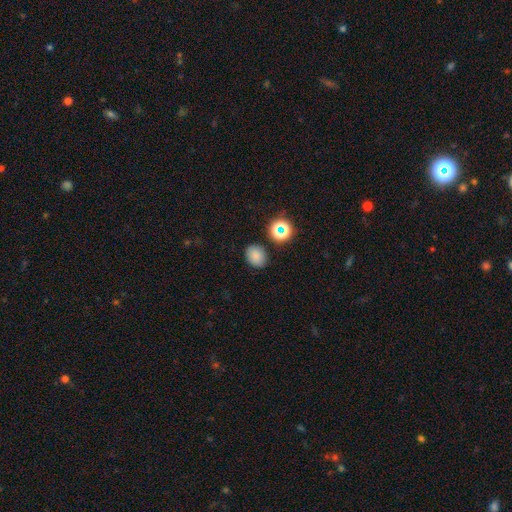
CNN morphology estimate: A smooth galaxy with no disk features (79%) that is in between round and cigar-shaped (56%).

Vote fractions:
- Smooth or featured? smooth: 79% / star or artifact: 15% / featured or disk: 5%
- How rounded? in between: 56% / round: 43% / cigar-shaped: 1%
- Merging? none: 84% / minor disturbance: 10% / merger: 3% / major disturbance: 3%